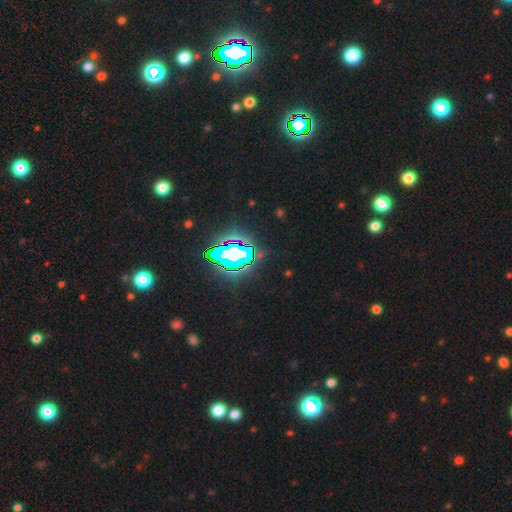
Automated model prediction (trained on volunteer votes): Smooth or featured? Predicted: star or artifact (p=0.76).